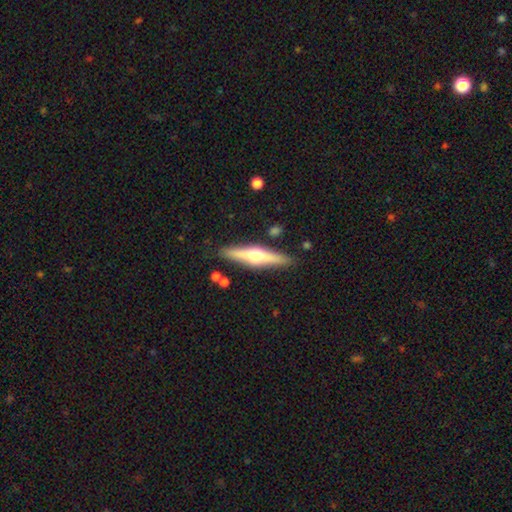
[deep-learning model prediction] A featured or disk galaxy (64%) viewed edge-on (96%) with a rounded central bulge (94%). Merging: none (88%).